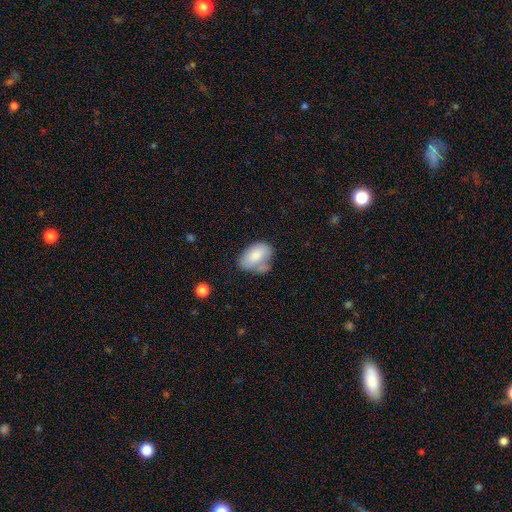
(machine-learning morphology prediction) Overall: smooth (77%). How rounded: in between (90%). Merging: none (40%; minor disturbance 30%).